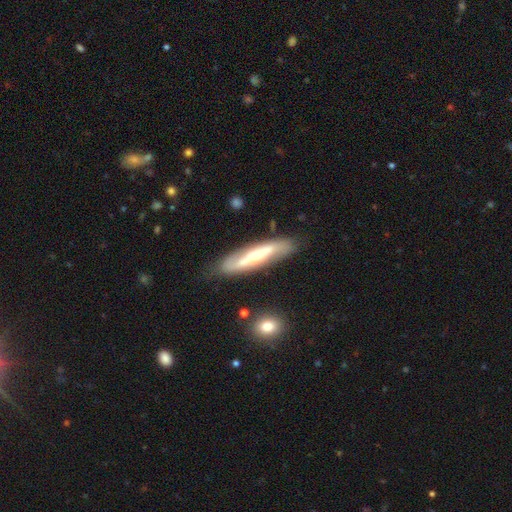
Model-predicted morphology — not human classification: Q: Smooth or featured?
A: featured or disk (68%); runner-up: smooth (27%)
Q: Edge-on disk?
A: no (61%); runner-up: yes (39%)
Q: Merging?
A: none (79%); runner-up: minor disturbance (14%)